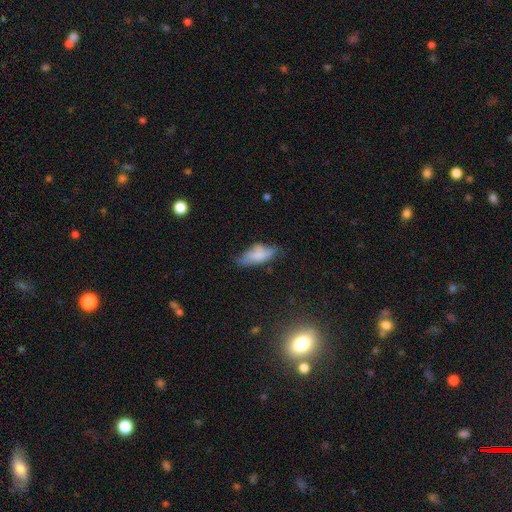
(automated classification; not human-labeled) This is likely a smooth galaxy (67%). How rounded: likely in between (76%). Merging: possibly none (57%).